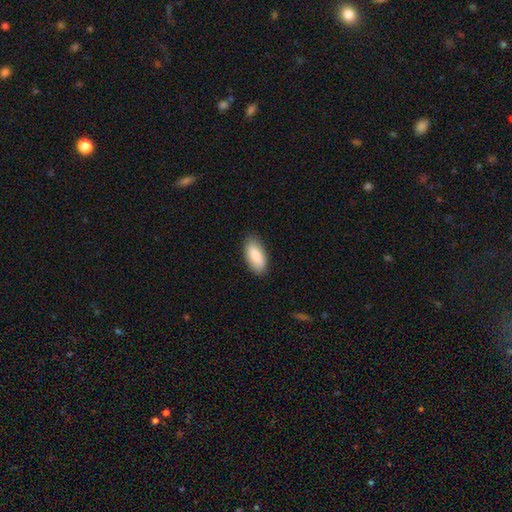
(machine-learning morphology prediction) Q: Smooth or featured?
A: smooth (85%); runner-up: featured or disk (9%)
Q: How rounded?
A: in between (90%); runner-up: cigar-shaped (8%)
Q: Merging?
A: none (85%); runner-up: minor disturbance (11%)